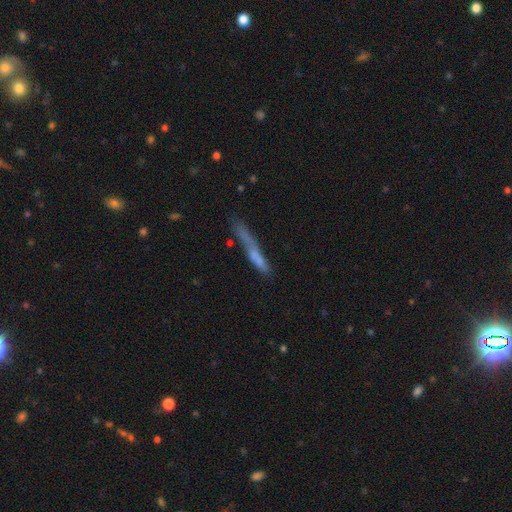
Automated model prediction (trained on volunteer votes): Smooth or featured: smooth — 57% (featured or disk — 34%)
How rounded: cigar-shaped — 93% (in between — 5%)
Merging: none — 54% (minor disturbance — 22%)